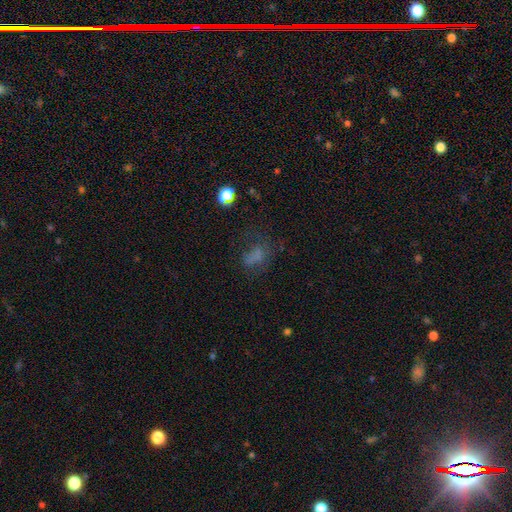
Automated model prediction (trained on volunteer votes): smooth 54%, star or artifact 25%, featured or disk 21%. Down the decision tree: how rounded — in between (72%); merging — none (44%).